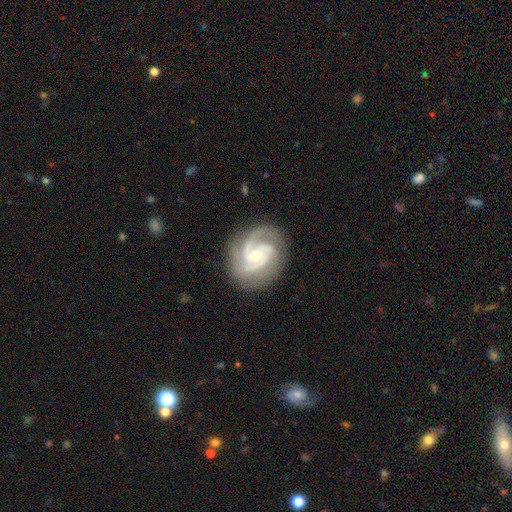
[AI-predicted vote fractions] Smooth or featured? Predicted: featured or disk (p=0.91). Edge-on disk? Predicted: no (p=0.98). Bar? Predicted: no (p=0.50). Spiral arms? Predicted: yes (p=0.98). Spiral winding? Predicted: tight (p=0.53). Spiral arm count? Predicted: 3 (p=0.42). Bulge size? Predicted: small (p=0.54). Merging? Predicted: none (p=0.80).